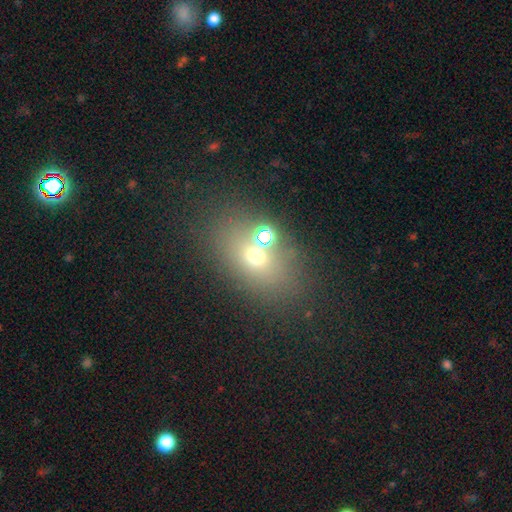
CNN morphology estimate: Overall: smooth (59%; star or artifact 21%). How rounded: in between (63%; round 35%). Merging: none (64%).